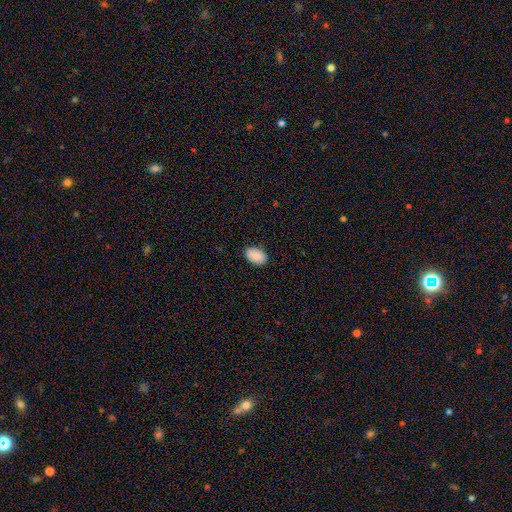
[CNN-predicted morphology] smooth 90%, star or artifact 7%, featured or disk 3%. Down the decision tree: how rounded — in between (90%); merging — none (86%).